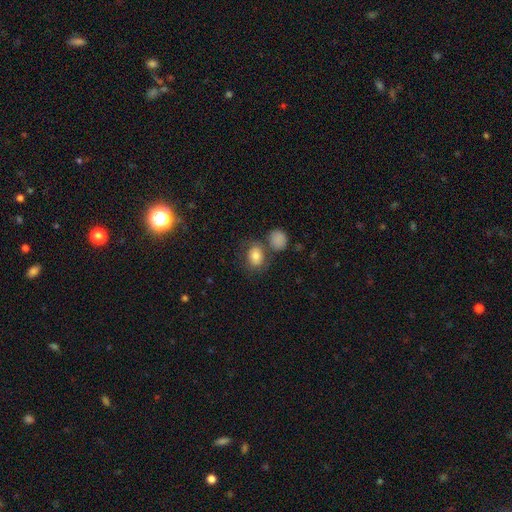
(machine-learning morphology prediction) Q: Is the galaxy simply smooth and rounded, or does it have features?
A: smooth — 82%.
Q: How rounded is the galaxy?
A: in between — 62%.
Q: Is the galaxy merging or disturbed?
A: none — 56%.